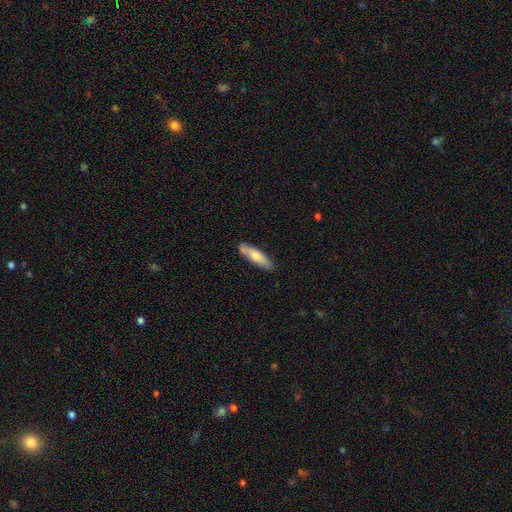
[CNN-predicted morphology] A smooth galaxy with no disk features (74%) that is cigar-shaped (64%).

Vote fractions:
- Smooth or featured? smooth: 74% / featured or disk: 20% / star or artifact: 6%
- How rounded? cigar-shaped: 64% / in between: 34% / round: 1%
- Merging? none: 73% / minor disturbance: 17% / merger: 7% / major disturbance: 3%